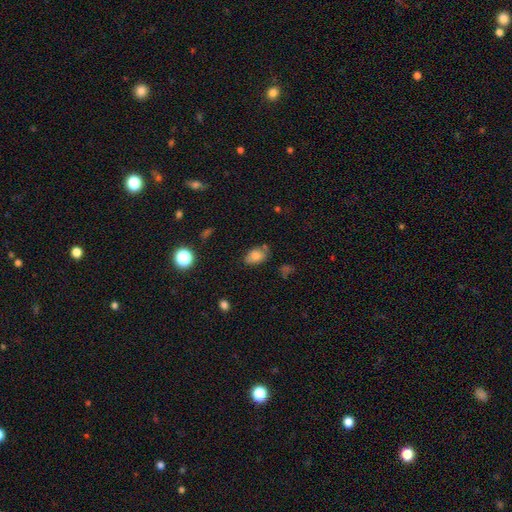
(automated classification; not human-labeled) The model was most divided on "merging": none: 66%, minor disturbance: 22%, merger: 6%, major disturbance: 5%. More confident: how rounded — in between (88%); smooth or featured — smooth (80%).